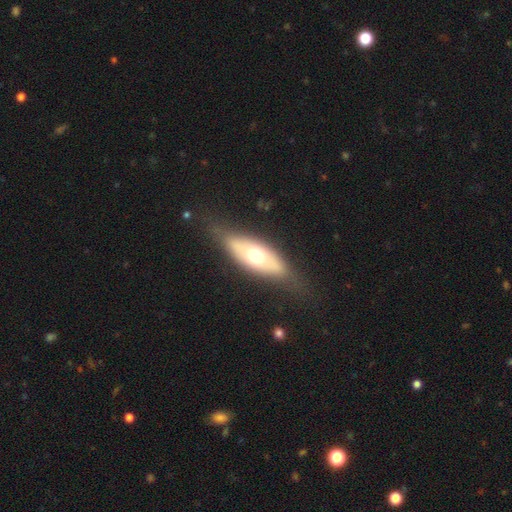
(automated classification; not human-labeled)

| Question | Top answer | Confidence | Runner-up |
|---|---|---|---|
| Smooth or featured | smooth | 49% | featured or disk (45%) |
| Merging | none | 72% | minor disturbance (19%) |